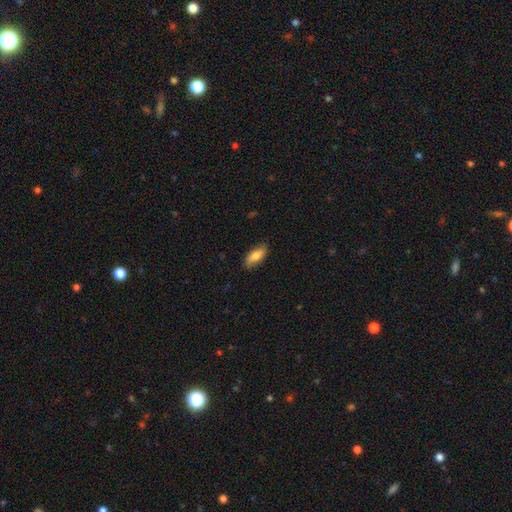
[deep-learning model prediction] A smooth galaxy with no disk features (77%) that is in between round and cigar-shaped (79%).

Vote fractions:
- Smooth or featured? smooth: 77% / featured or disk: 17% / star or artifact: 6%
- How rounded? in between: 79% / cigar-shaped: 18% / round: 2%
- Merging? none: 84% / minor disturbance: 12% / major disturbance: 2% / merger: 1%